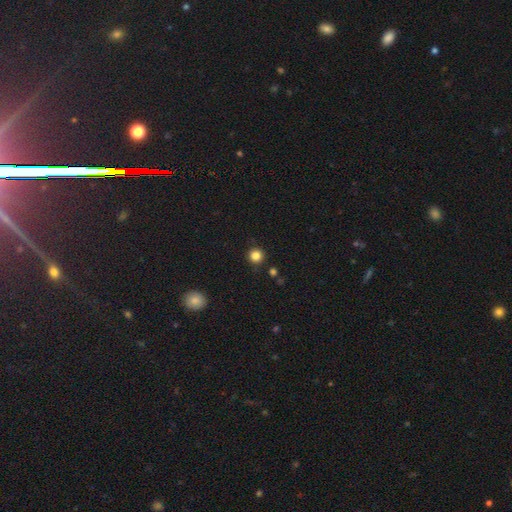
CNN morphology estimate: smooth_or_featured: smooth (p=0.84) [alt: star or artifact p=0.12]
how_rounded: round (p=0.95) [alt: in between p=0.04]
merging: none (p=0.90) [alt: minor disturbance p=0.06]